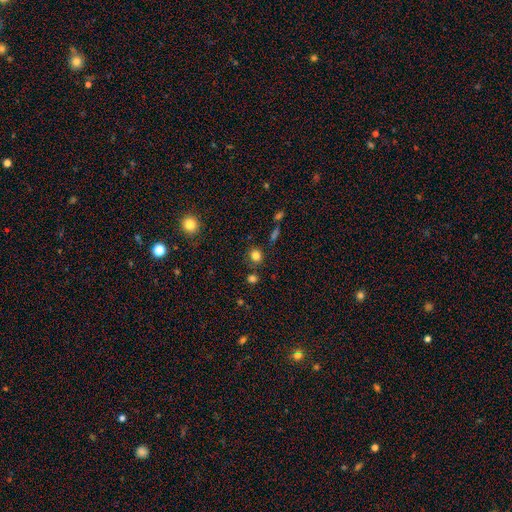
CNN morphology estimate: Smooth or featured? smooth (81%)
How rounded? round (83%)
Merging? none (80%)